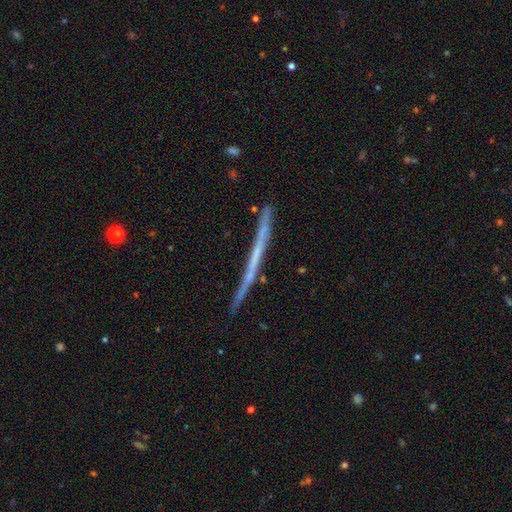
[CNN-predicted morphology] smooth-or-featured: featured or disk: 60% | smooth: 33% | star or artifact: 7%
  disk-edge-on: yes: 97% | no: 3%
    edge-on-bulge: none: 92% | rounded: 5% | boxy: 3%
  merging: none: 85% | minor disturbance: 11% | major disturbance: 2% | merger: 2%